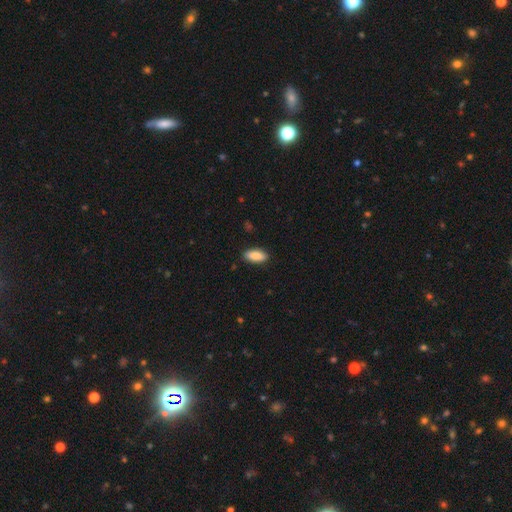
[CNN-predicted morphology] This appears to be a smooth galaxy with no disk features (88%) that is in between round and cigar-shaped (84%). Merging: none (89%).